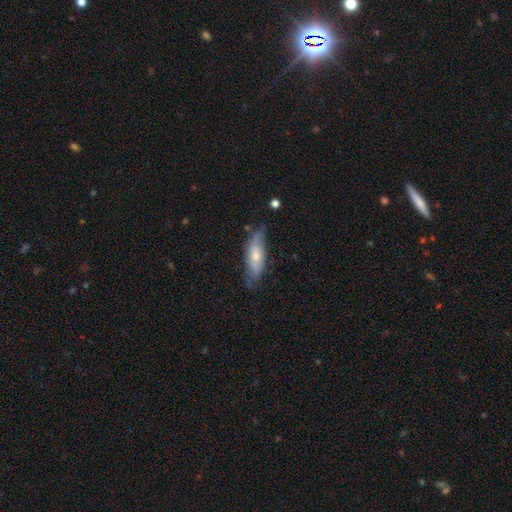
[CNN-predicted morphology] Overall: smooth (53%; featured or disk 41%). How rounded: in between (63%; cigar-shaped 35%). Merging: none (60%; minor disturbance 29%).